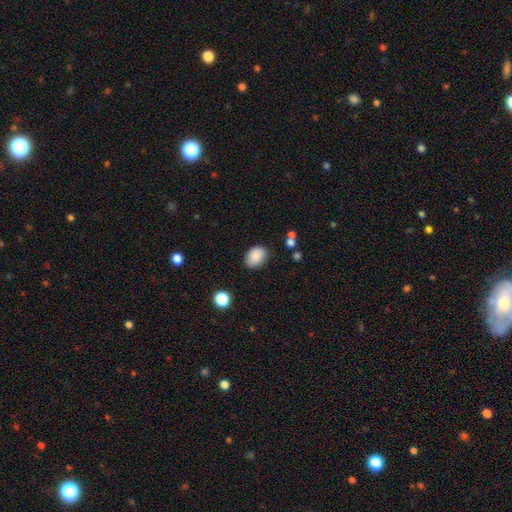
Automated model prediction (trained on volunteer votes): A smooth galaxy with no disk features (87%) that is in between round and cigar-shaped (79%). Merging: none (79%).